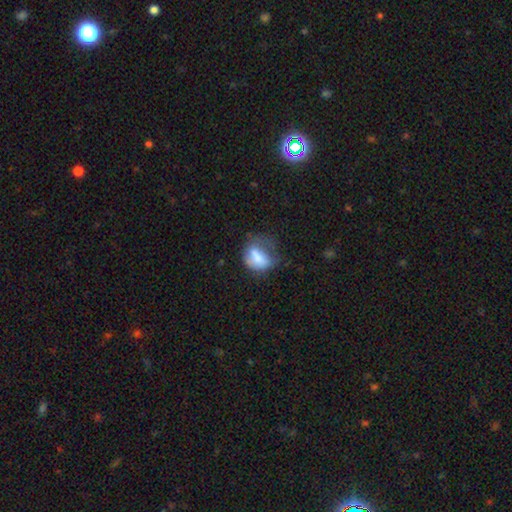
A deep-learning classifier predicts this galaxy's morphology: Smooth or featured? Predicted: smooth (p=0.68). How rounded? Predicted: in between (p=0.67). Merging? Predicted: major disturbance (p=0.38).